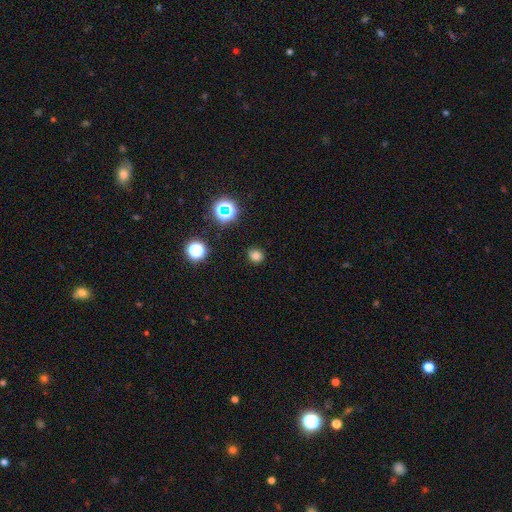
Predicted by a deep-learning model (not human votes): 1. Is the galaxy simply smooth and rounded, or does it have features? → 77% smooth, 18% star or artifact, 5% featured or disk.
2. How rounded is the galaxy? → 78% round, 21% in between, 1% cigar-shaped.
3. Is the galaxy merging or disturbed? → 86% none, 10% minor disturbance, 3% major disturbance, 1% merger.